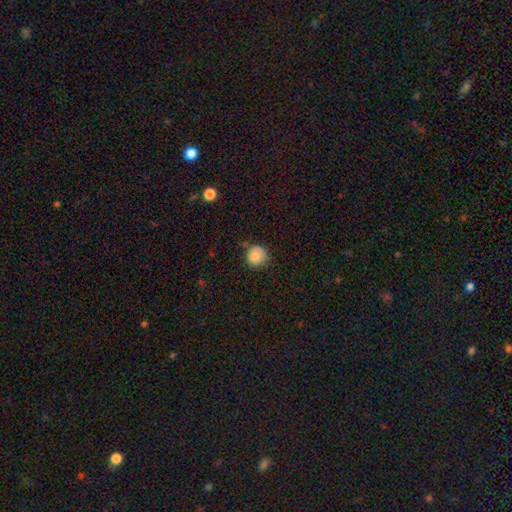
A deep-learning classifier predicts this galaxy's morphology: Overall: smooth (85%). How rounded: round (91%). Merging: none (76%).